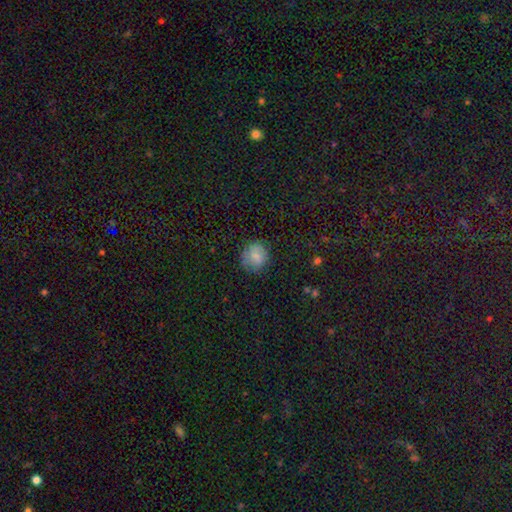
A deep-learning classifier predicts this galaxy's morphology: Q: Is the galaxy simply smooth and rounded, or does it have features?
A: smooth — 77%.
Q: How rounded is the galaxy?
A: round — 83%.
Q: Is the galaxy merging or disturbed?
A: none — 77%.